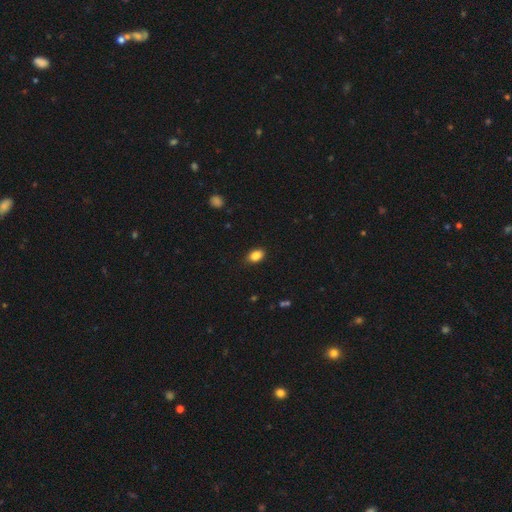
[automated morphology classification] A smooth galaxy with no disk features (86%) that is in between round and cigar-shaped (81%).

Vote fractions:
- Smooth or featured? smooth: 86% / star or artifact: 9% / featured or disk: 5%
- How rounded? in between: 81% / round: 18% / cigar-shaped: 1%
- Merging? none: 85% / minor disturbance: 12% / major disturbance: 2% / merger: 1%